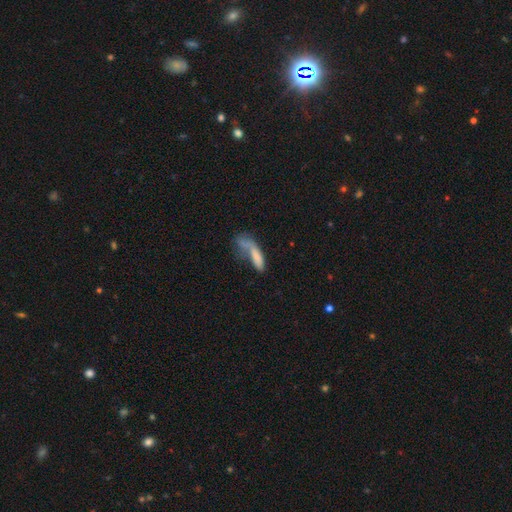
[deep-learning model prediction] Smooth or featured: smooth — 72% (featured or disk — 19%)
How rounded: cigar-shaped — 55% (in between — 42%)
Merging: merger — 29% (none — 28%)